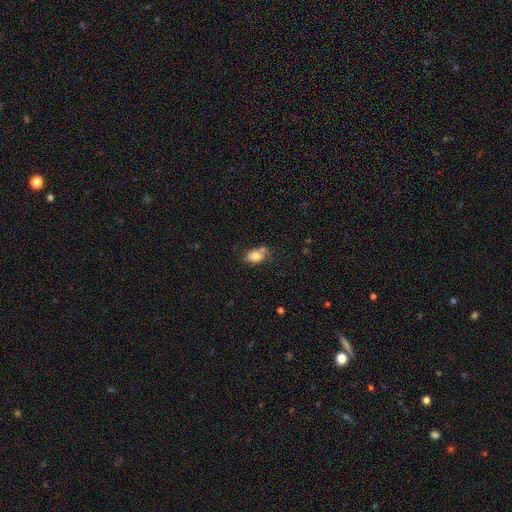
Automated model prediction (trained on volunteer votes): This is likely a smooth galaxy (78%). How rounded: likely in between (76%). Merging: possibly none (53%).